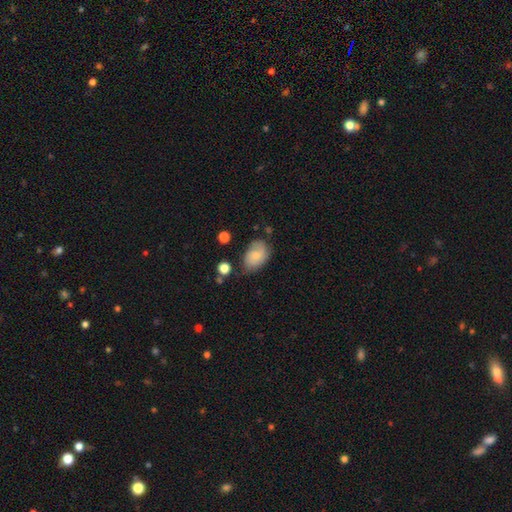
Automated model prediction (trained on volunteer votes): Q: Smooth or featured?
A: smooth (61%); runner-up: featured or disk (31%)
Q: How rounded?
A: in between (83%); runner-up: round (16%)
Q: Merging?
A: none (60%); runner-up: minor disturbance (29%)